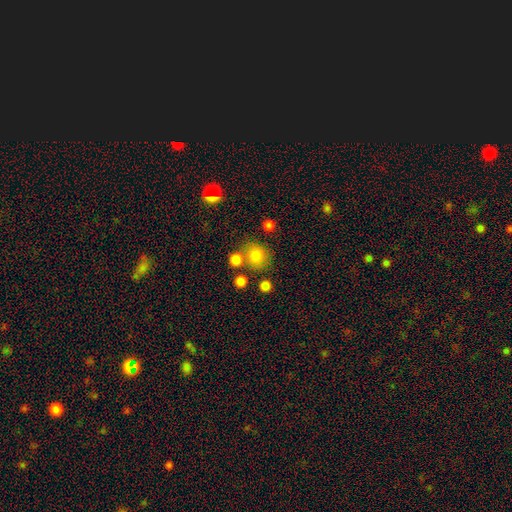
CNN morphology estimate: Smooth or featured? Predicted: smooth (p=0.79). How rounded? Predicted: round (p=0.81). Merging? Predicted: none (p=0.68).